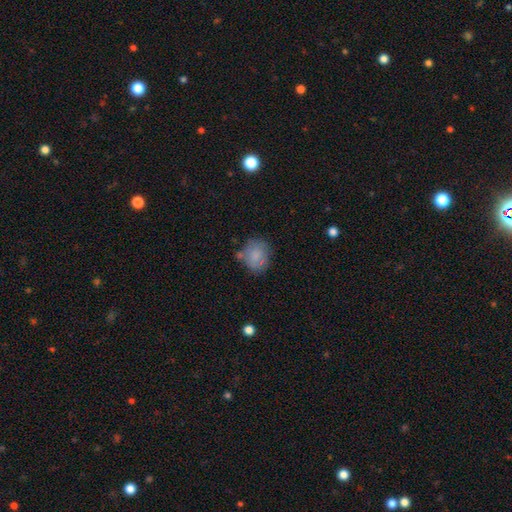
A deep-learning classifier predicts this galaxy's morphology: smooth 74%, featured or disk 17%, star or artifact 9%. Down the decision tree: how rounded — round (67%); merging — none (55%).